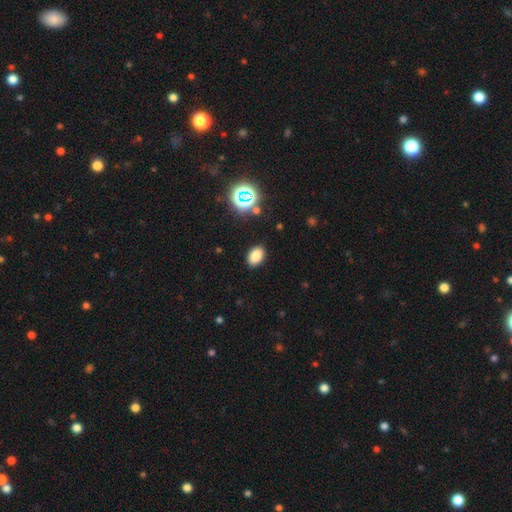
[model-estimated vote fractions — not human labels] A smooth galaxy with no disk features (81%) that is in between round and cigar-shaped (84%).

Vote fractions:
- Smooth or featured? smooth: 81% / star or artifact: 14% / featured or disk: 5%
- How rounded? in between: 84% / round: 15% / cigar-shaped: 1%
- Merging? none: 88% / minor disturbance: 8% / major disturbance: 2% / merger: 1%